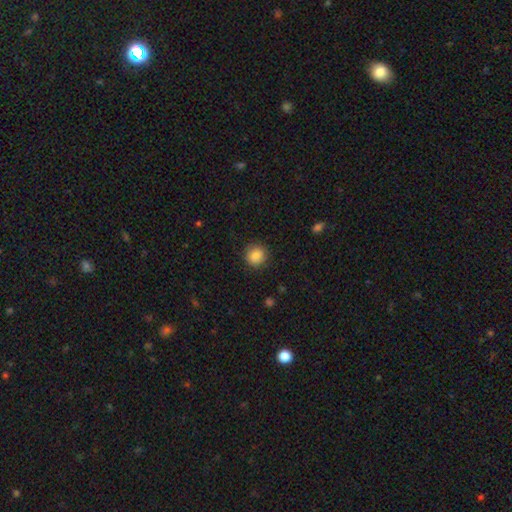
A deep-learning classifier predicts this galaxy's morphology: smooth_or_featured: smooth (p=0.87) [alt: star or artifact p=0.09]
how_rounded: round (p=0.88) [alt: in between p=0.11]
merging: none (p=0.88) [alt: minor disturbance p=0.08]